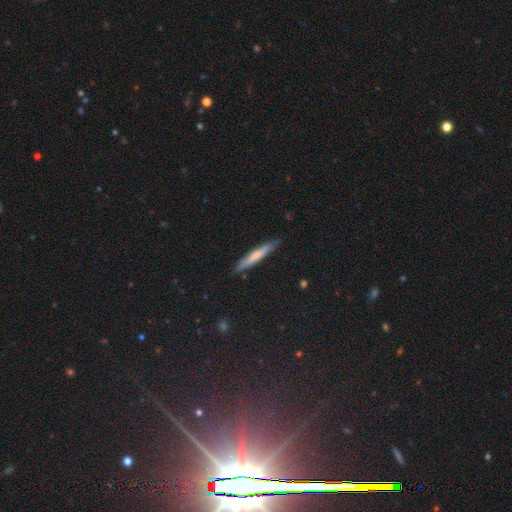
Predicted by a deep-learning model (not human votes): Q: Smooth or featured?
A: smooth (62%); runner-up: featured or disk (31%)
Q: How rounded?
A: cigar-shaped (93%); runner-up: in between (5%)
Q: Merging?
A: none (84%); runner-up: minor disturbance (13%)